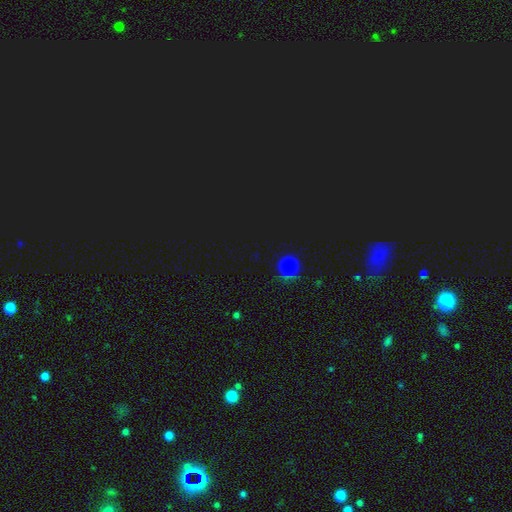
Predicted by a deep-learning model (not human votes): smooth_or_featured: star or artifact (p=0.63) [alt: smooth p=0.28]